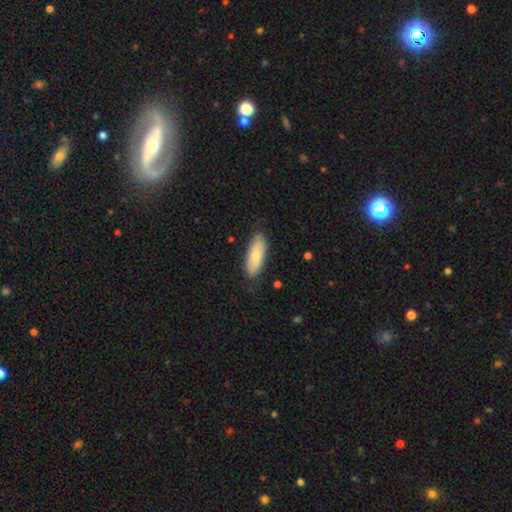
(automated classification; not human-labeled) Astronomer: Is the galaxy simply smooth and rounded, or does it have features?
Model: smooth — 75%.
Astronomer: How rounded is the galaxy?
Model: in between — 73%.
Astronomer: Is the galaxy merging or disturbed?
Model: none — 83%.